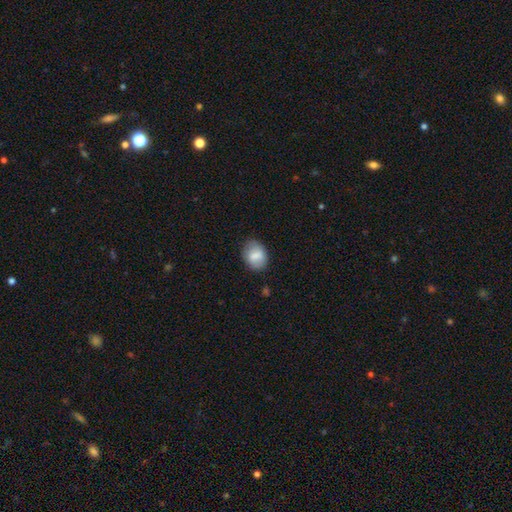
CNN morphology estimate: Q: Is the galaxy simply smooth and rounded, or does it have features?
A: smooth — 77%.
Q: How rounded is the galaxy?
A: in between — 67%.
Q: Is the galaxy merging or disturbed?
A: none — 77%.